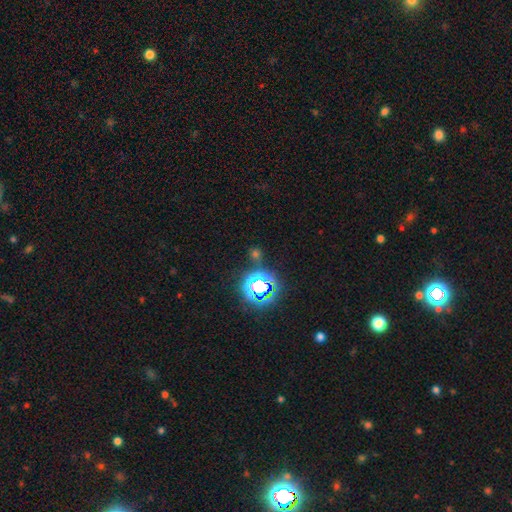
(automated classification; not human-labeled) This is likely a star or artifact rather than a galaxy (65%).